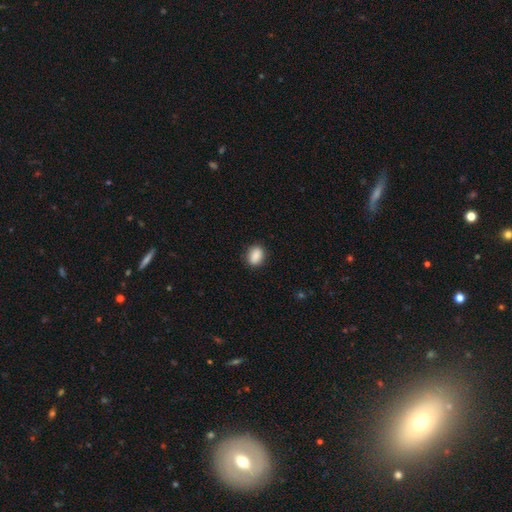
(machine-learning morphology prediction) A smooth galaxy with no disk features (89%) that is in between round and cigar-shaped (72%). Merging: none (87%).